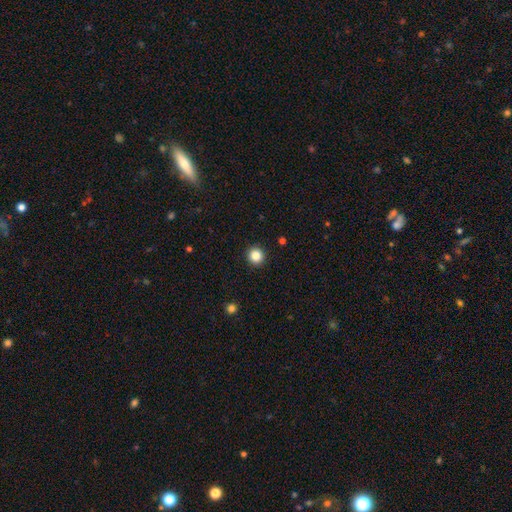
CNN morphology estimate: This is clearly a smooth galaxy (85%). How rounded: clearly round (94%). Merging: clearly none (93%).